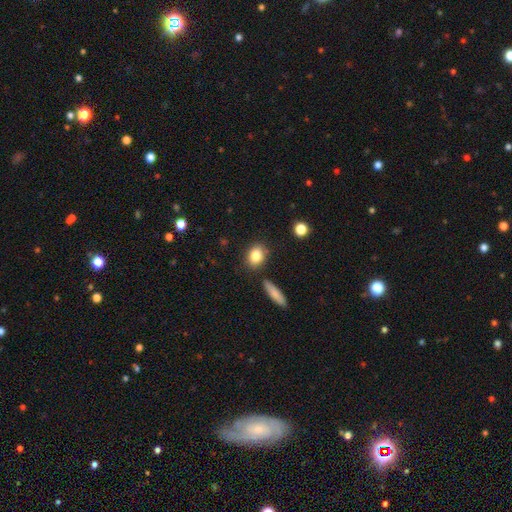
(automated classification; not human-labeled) This is clearly a smooth galaxy (83%). How rounded: likely in between (61%). Merging: clearly none (81%).